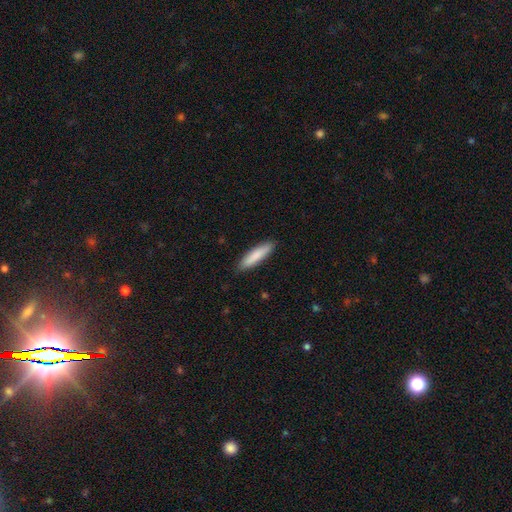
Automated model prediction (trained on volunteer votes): Morphology: type=smooth (84%); roundness=cigar-shaped (79%); merging=none (89%).